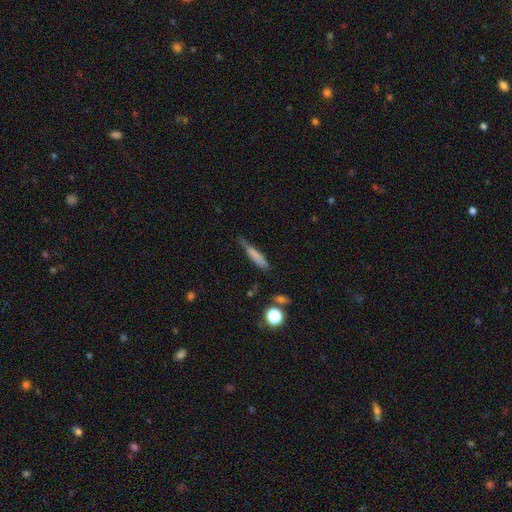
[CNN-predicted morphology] A smooth galaxy with no disk features (70%) that is cigar-shaped (84%).

Vote fractions:
- Smooth or featured? smooth: 70% / featured or disk: 21% / star or artifact: 9%
- How rounded? cigar-shaped: 84% / in between: 14% / round: 2%
- Merging? none: 53% / minor disturbance: 33% / major disturbance: 10% / merger: 4%